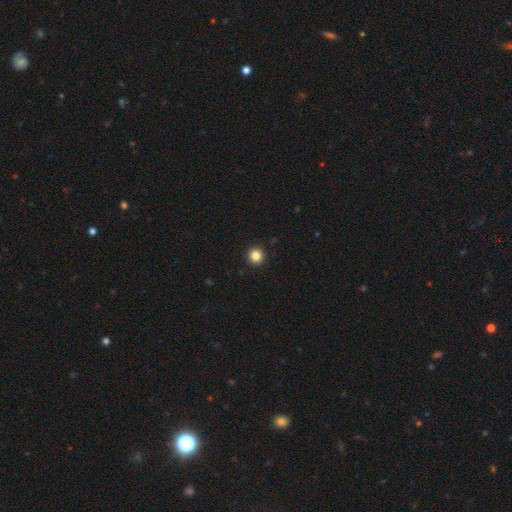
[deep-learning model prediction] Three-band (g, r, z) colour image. It shows a smooth galaxy with no disk features (84%) that is round (96%). Merging: none (94%).